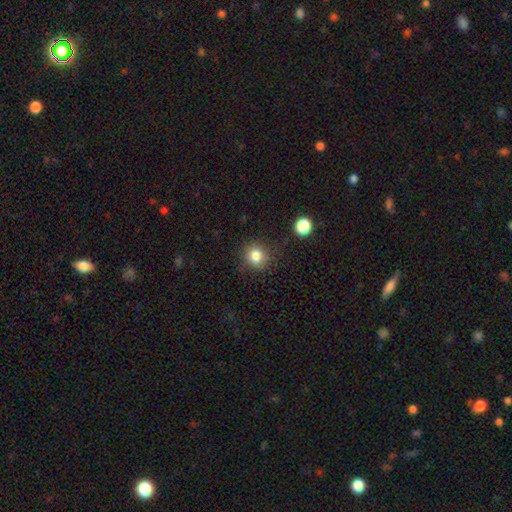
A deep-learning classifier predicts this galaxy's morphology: Smooth or featured?
  - smooth: 82% *
  - star or artifact: 11%
  - featured or disk: 6%
How rounded?
  - round: 84% *
  - in between: 15%
  - cigar-shaped: 1%
Merging?
  - none: 83% *
  - minor disturbance: 11%
  - major disturbance: 4%
  - merger: 2%